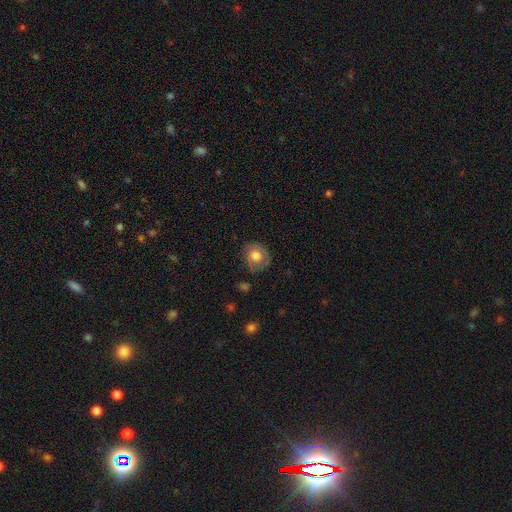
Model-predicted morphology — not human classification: A smooth galaxy with no disk features (59%) that is round (73%).

Vote fractions:
- Smooth or featured? smooth: 59% / featured or disk: 33% / star or artifact: 8%
- How rounded? round: 73% / in between: 26% / cigar-shaped: 1%
- Merging? none: 72% / minor disturbance: 19% / major disturbance: 7% / merger: 2%